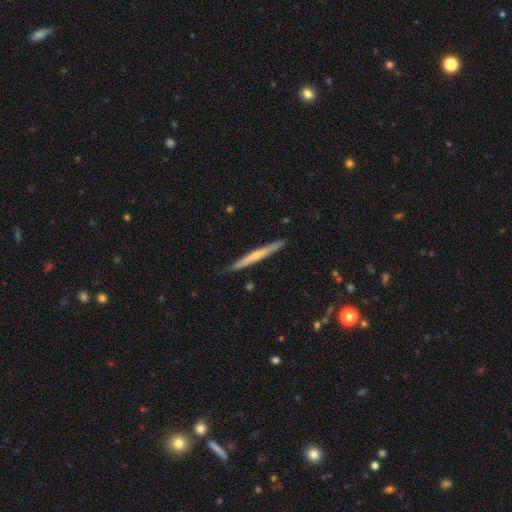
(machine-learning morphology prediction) Overall: featured or disk (52%; smooth 43%). Edge-on disk: yes (97%). Edge-on bulge: none (54%; rounded 40%). Merging: none (88%).